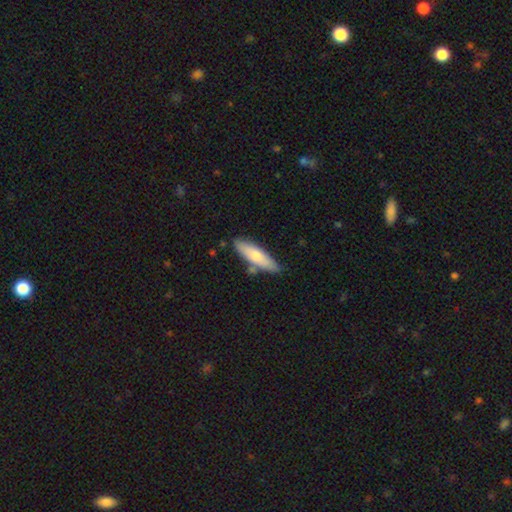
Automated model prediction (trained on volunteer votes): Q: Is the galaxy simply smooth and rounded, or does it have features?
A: smooth — 67%.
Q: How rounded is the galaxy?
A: cigar-shaped — 60%.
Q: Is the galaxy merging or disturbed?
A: none — 77%.